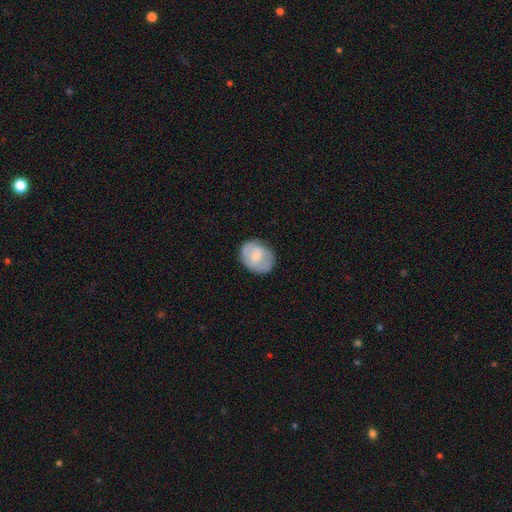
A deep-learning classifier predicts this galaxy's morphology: A smooth galaxy with no disk features (55%) that is in between round and cigar-shaped (57%). Merging: none (73%).